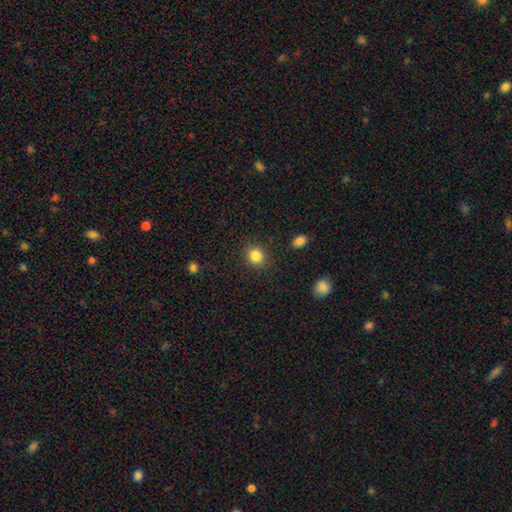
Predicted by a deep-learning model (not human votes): Morphology: type=smooth (85%); roundness=round (83%); merging=none (89%).